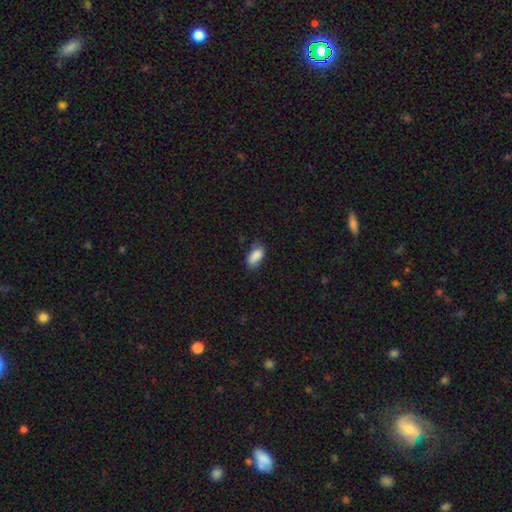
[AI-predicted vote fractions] Smooth or featured? Predicted: smooth (p=0.87). How rounded? Predicted: in between (p=0.90). Merging? Predicted: none (p=0.71).